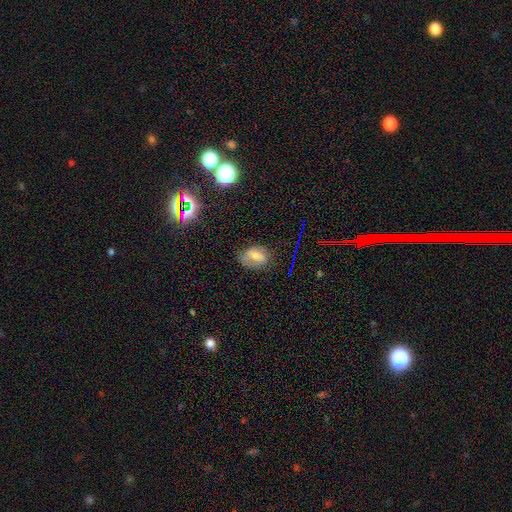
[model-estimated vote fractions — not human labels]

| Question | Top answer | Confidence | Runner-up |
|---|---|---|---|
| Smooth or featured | smooth | 63% | featured or disk (21%) |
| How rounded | in between | 74% | round (25%) |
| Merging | none | 58% | minor disturbance (28%) |